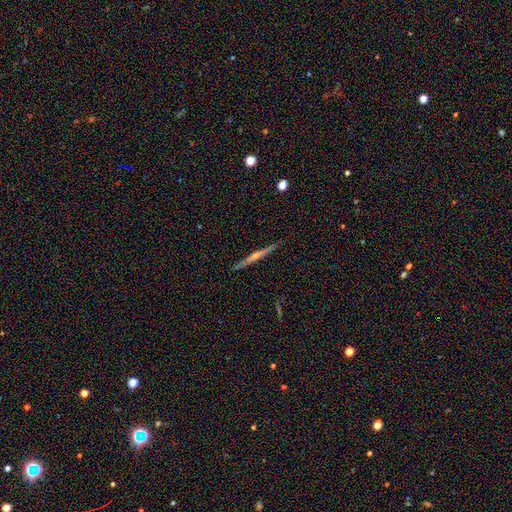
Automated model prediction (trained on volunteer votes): A featured or disk galaxy (76%) viewed edge-on (98%) with a rounded central bulge (77%). Merging: none (91%).